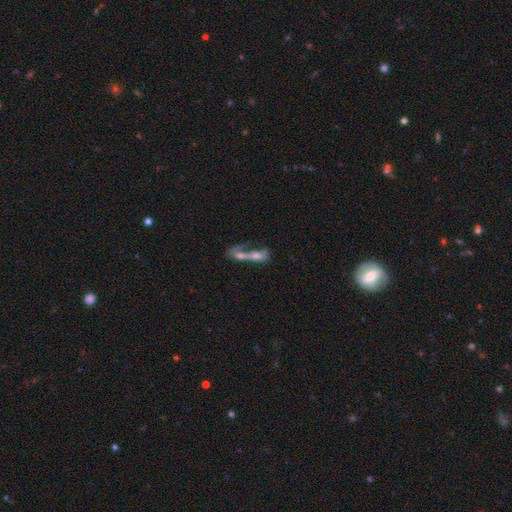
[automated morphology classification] The model was most divided on "smooth or featured": smooth: 47%, featured or disk: 41%, star or artifact: 11%. More confident: merging — merger (61%).